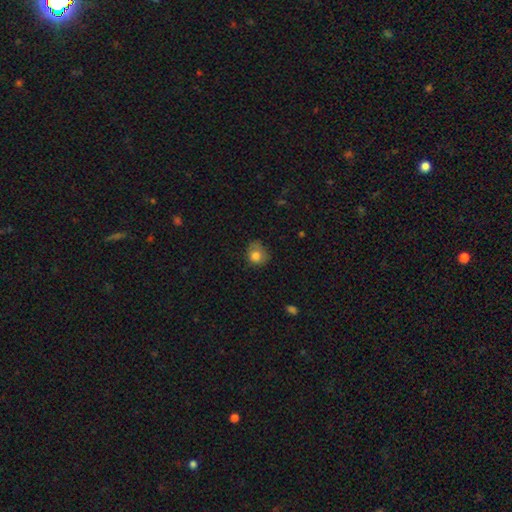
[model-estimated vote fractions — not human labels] This appears to be a smooth galaxy with no disk features (78%) that is round (65%). Merging: none (48%).